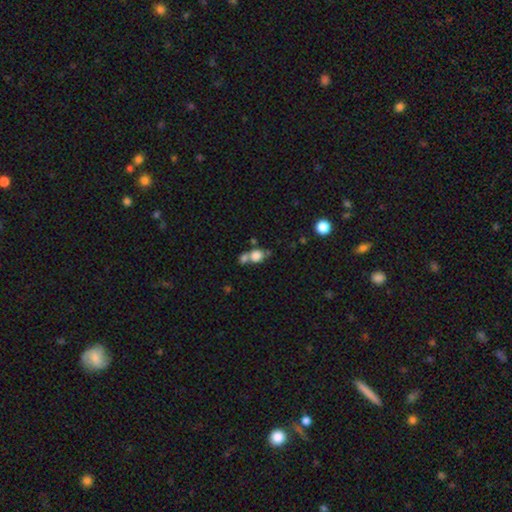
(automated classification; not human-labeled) This appears to be a smooth galaxy with no disk features (79%) that is round (64%). Merging: merger (50%).